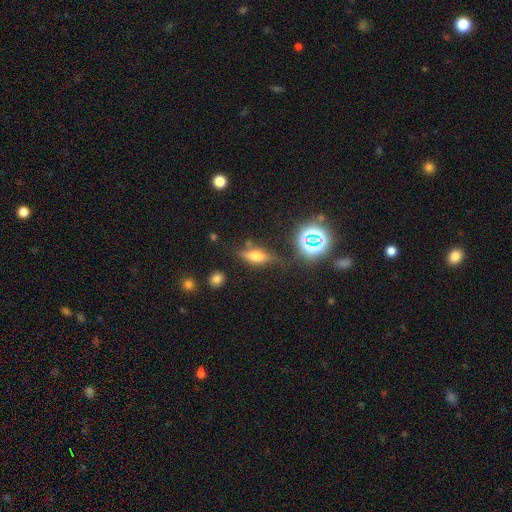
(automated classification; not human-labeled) Smooth or featured?
  - smooth: 45% *
  - featured or disk: 37%
  - star or artifact: 18%
Merging?
  - none: 70% *
  - minor disturbance: 19%
  - major disturbance: 7%
  - merger: 5%